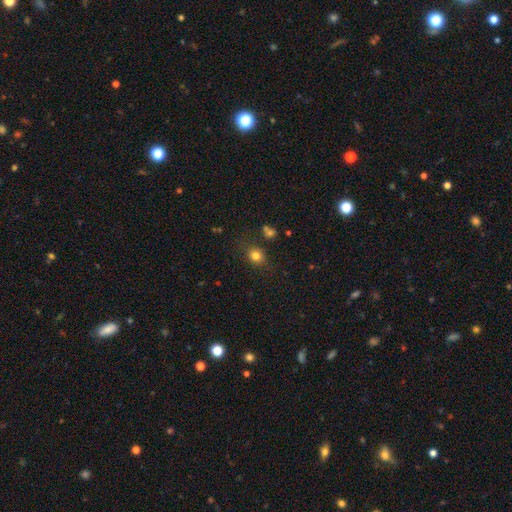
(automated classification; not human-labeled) Overall: smooth (80%). How rounded: round (72%). Merging: none (79%).